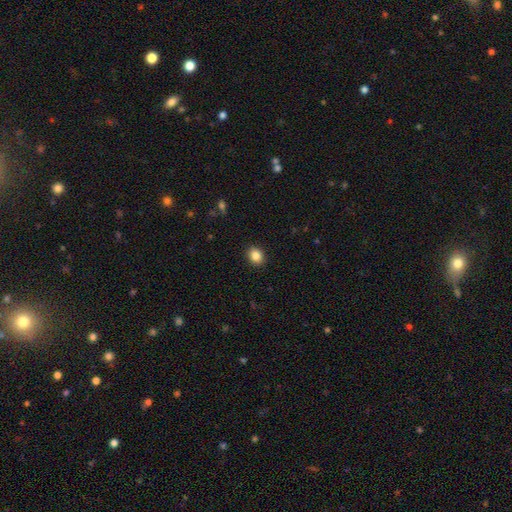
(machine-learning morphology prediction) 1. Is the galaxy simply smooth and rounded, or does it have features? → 86% smooth, 9% star or artifact, 5% featured or disk.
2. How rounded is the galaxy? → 57% round, 42% in between, 1% cigar-shaped.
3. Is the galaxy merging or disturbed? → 91% none, 6% minor disturbance, 2% major disturbance, 1% merger.